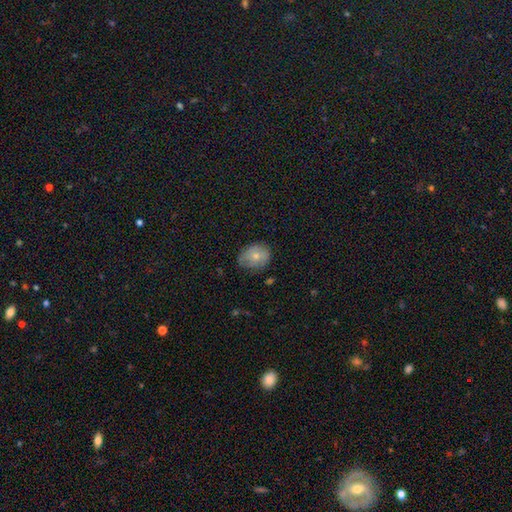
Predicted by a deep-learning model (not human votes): smooth 73%, featured or disk 19%, star or artifact 8%. Down the decision tree: how rounded — in between (51%); merging — none (69%).